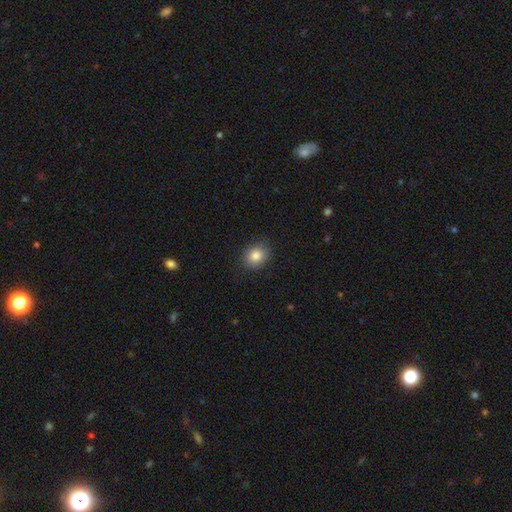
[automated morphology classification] Smooth or featured? Predicted: smooth (p=0.85). How rounded? Predicted: round (p=0.51). Merging? Predicted: none (p=0.86).